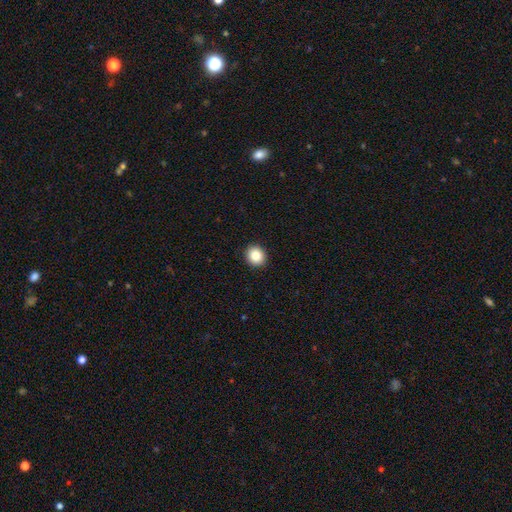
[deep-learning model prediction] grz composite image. It shows a smooth galaxy with no disk features (86%) that is round (82%). Merging: none (93%).